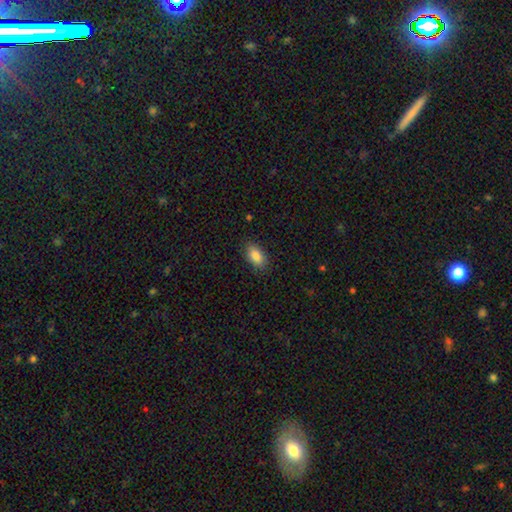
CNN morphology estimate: Smooth or featured? Predicted: smooth (p=0.88). How rounded? Predicted: in between (p=0.92). Merging? Predicted: none (p=0.86).